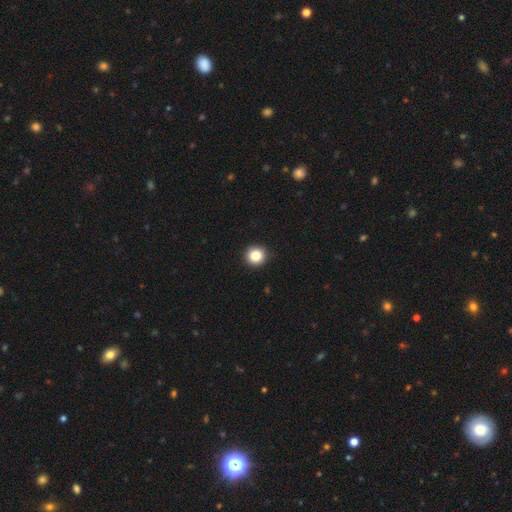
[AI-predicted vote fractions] Q: Smooth or featured?
A: smooth (85%); runner-up: star or artifact (10%)
Q: How rounded?
A: round (94%); runner-up: in between (5%)
Q: Merging?
A: none (93%); runner-up: minor disturbance (5%)